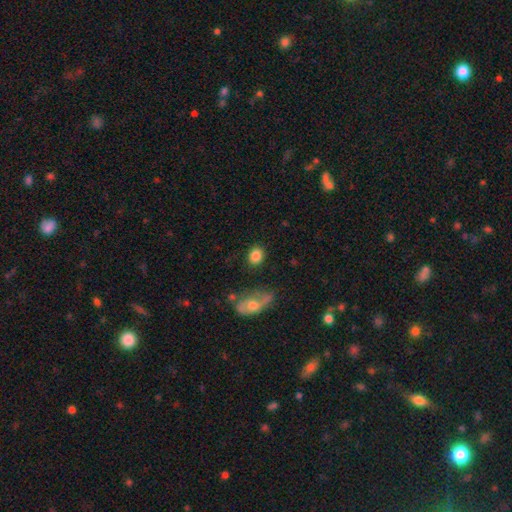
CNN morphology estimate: Smooth or featured: smooth — 85% (star or artifact — 8%)
How rounded: in between — 54% (round — 45%)
Merging: none — 81% (minor disturbance — 11%)